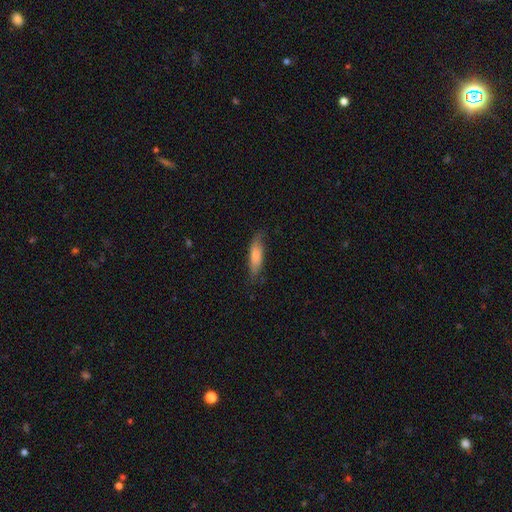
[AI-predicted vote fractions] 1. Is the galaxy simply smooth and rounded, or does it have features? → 78% smooth, 16% featured or disk, 6% star or artifact.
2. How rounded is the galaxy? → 52% cigar-shaped, 46% in between, 2% round.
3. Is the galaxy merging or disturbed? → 68% none, 25% minor disturbance, 6% major disturbance, 1% merger.